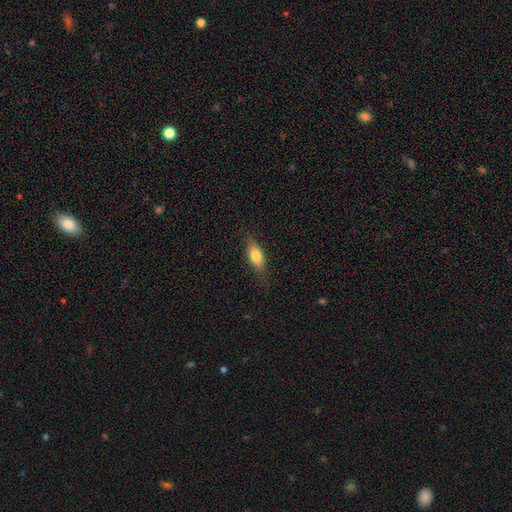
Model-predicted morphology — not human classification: Smooth or featured: smooth — 78% (featured or disk — 15%)
How rounded: in between — 80% (cigar-shaped — 16%)
Merging: none — 78% (minor disturbance — 17%)